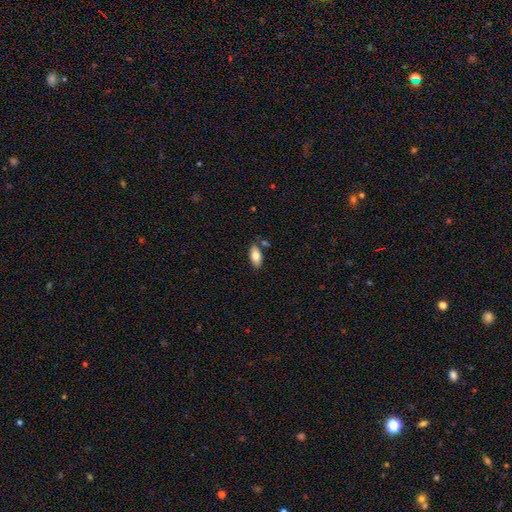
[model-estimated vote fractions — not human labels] This is clearly a smooth galaxy (81%). How rounded: clearly in between (90%). Merging: clearly none (81%).